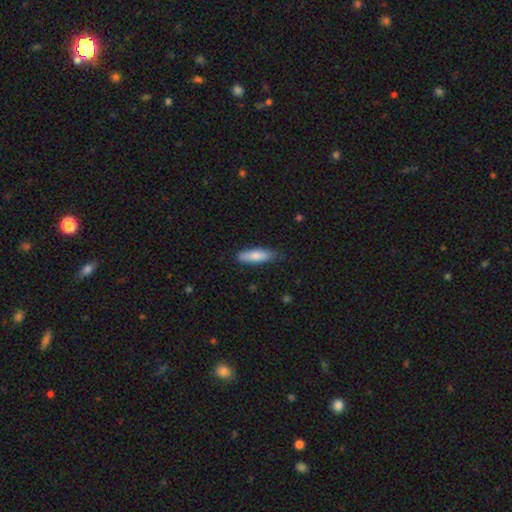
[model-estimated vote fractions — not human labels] Smooth or featured? Predicted: smooth (p=0.80). How rounded? Predicted: cigar-shaped (p=0.58). Merging? Predicted: none (p=0.79).